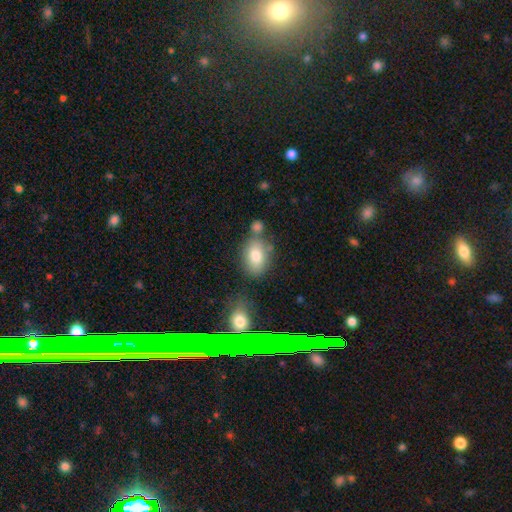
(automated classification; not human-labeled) This appears to be a smooth galaxy with no disk features (79%) that is in between round and cigar-shaped (82%). Merging: none (61%).